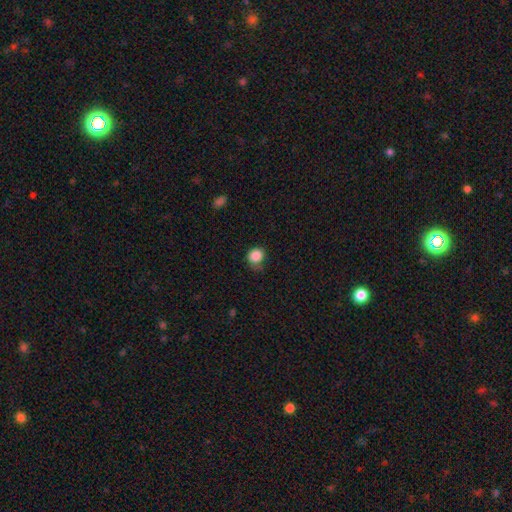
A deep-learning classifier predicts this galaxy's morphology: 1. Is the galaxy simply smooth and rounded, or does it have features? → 86% smooth, 10% star or artifact, 4% featured or disk.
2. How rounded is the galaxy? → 78% round, 21% in between, 1% cigar-shaped.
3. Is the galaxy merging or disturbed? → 59% none, 31% minor disturbance, 8% major disturbance, 2% merger.